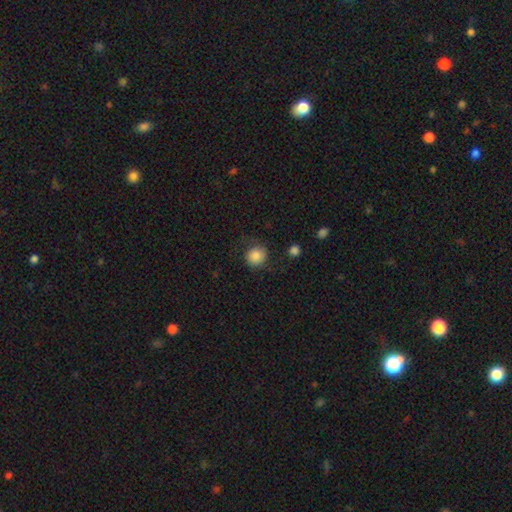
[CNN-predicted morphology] type=smooth (85%); roundness=round (86%); merging=none (75%).